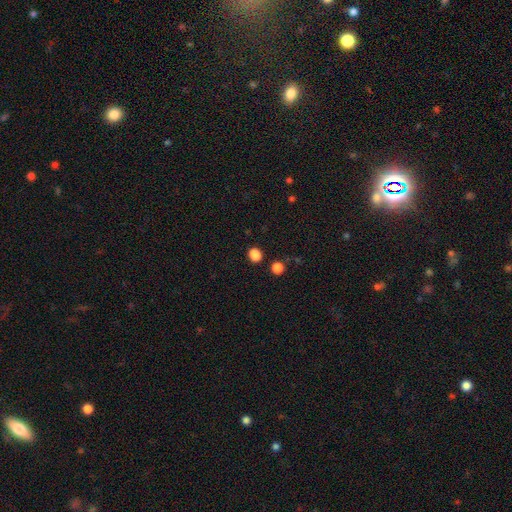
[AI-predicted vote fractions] Smooth or featured? smooth (84%)
How rounded? round (54%)
Merging? none (82%)